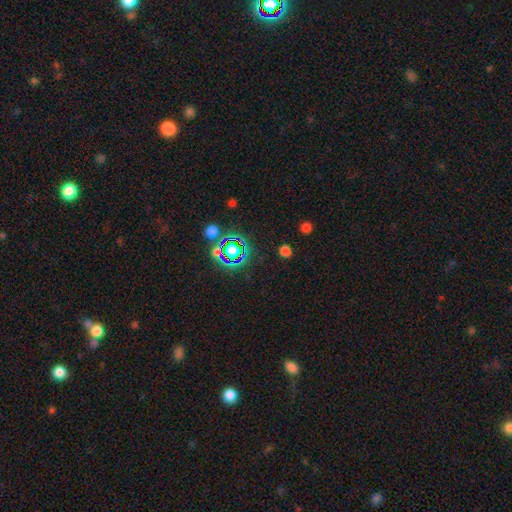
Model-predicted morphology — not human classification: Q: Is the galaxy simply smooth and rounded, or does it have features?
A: star or artifact — 74%.